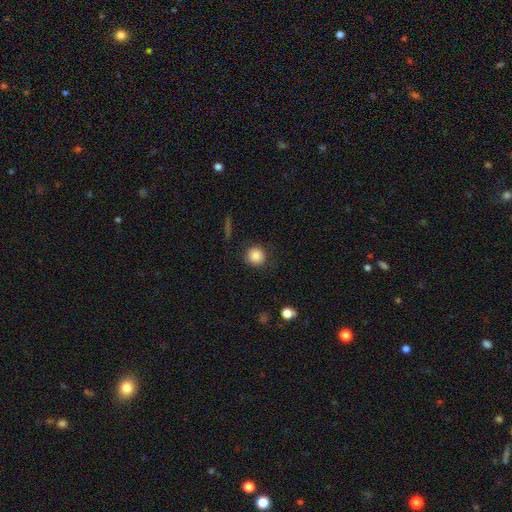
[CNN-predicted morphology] A smooth galaxy with no disk features (86%) that is round (94%). Merging: none (88%).